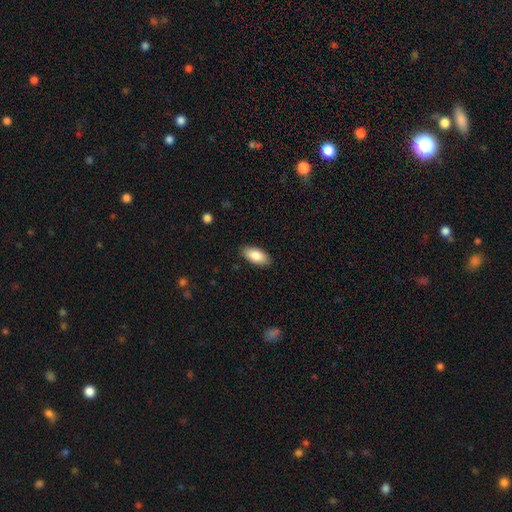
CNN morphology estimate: Smooth or featured? smooth (85%)
How rounded? in between (92%)
Merging? none (88%)